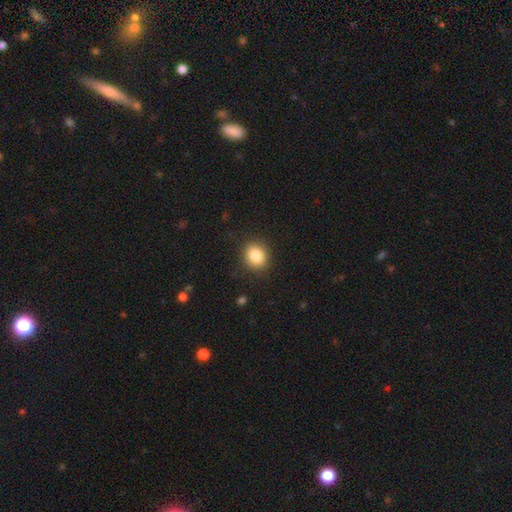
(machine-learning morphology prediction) Smooth or featured?
  - smooth: 84% *
  - star or artifact: 10%
  - featured or disk: 6%
How rounded?
  - round: 71% *
  - in between: 28%
  - cigar-shaped: 1%
Merging?
  - none: 88% *
  - minor disturbance: 8%
  - major disturbance: 3%
  - merger: 1%